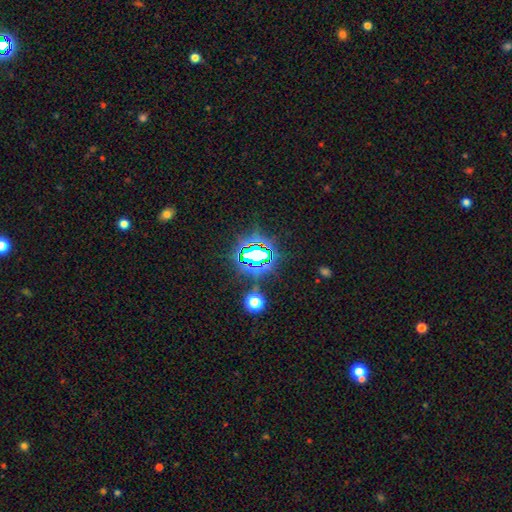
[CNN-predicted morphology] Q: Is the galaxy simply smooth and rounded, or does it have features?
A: star or artifact — 74%.